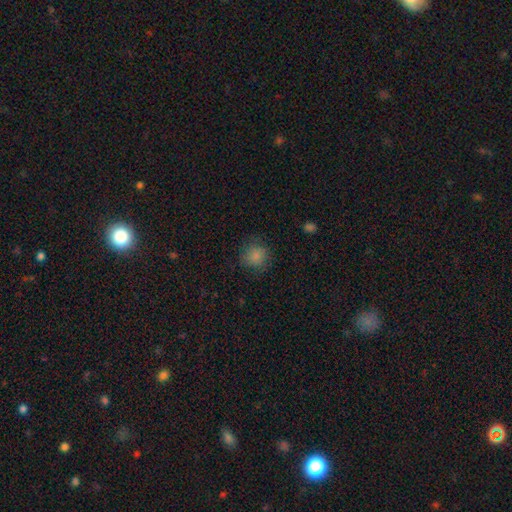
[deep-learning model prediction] Smooth or featured? smooth (84%)
How rounded? round (89%)
Merging? none (80%)